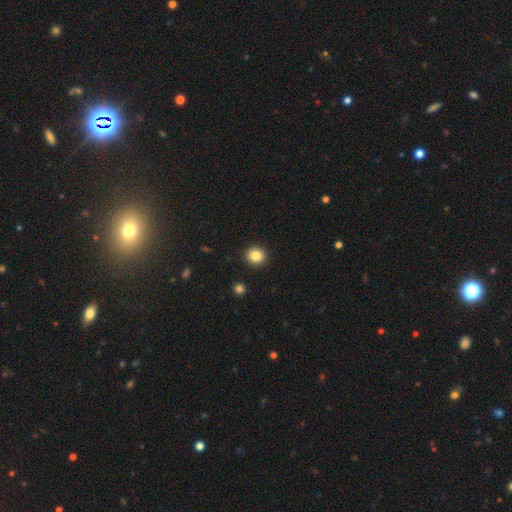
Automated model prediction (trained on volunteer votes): smooth 84%, star or artifact 11%, featured or disk 5%. Down the decision tree: how rounded — round (90%); merging — none (92%).